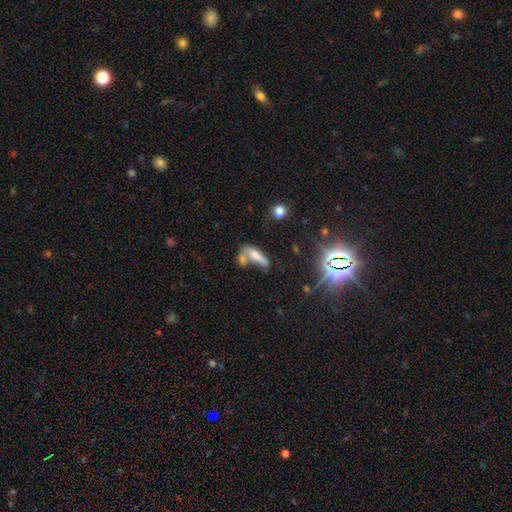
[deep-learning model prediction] smooth_or_featured: smooth (p=0.66) [alt: featured or disk p=0.20]
how_rounded: in between (p=0.59) [alt: cigar-shaped p=0.37]
merging: merger (p=0.50) [alt: none p=0.25]